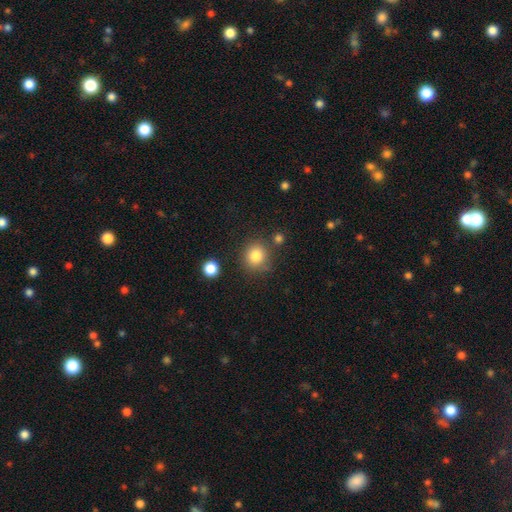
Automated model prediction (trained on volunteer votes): Morphology: type=smooth (83%); roundness=round (87%); merging=none (78%).